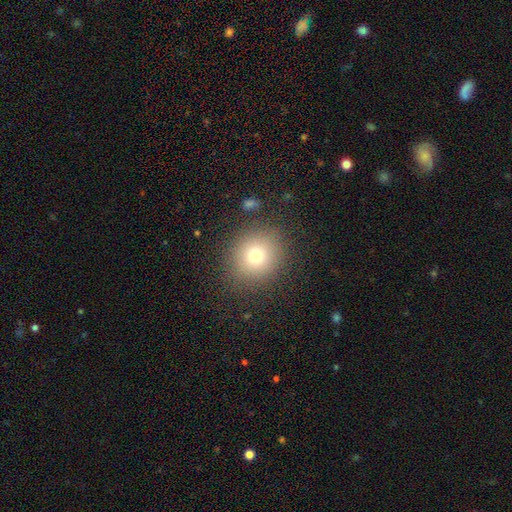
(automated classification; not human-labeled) Smooth or featured?
  - smooth: 74% *
  - star or artifact: 15%
  - featured or disk: 11%
How rounded?
  - round: 88% *
  - in between: 11%
  - cigar-shaped: 1%
Merging?
  - none: 86% *
  - minor disturbance: 8%
  - major disturbance: 4%
  - merger: 2%